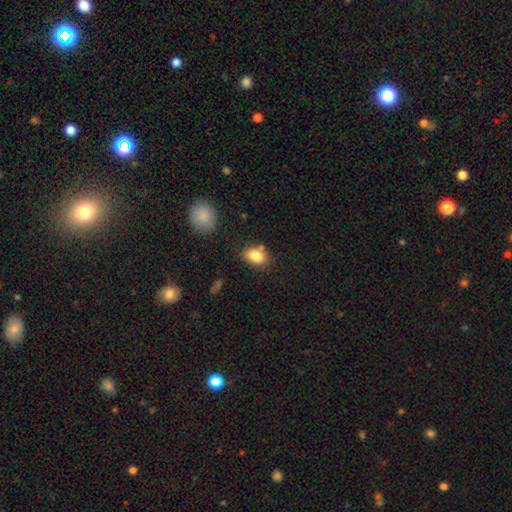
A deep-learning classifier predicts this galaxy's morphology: smooth 83%, star or artifact 9%, featured or disk 8%. Down the decision tree: how rounded — in between (77%); merging — none (73%).